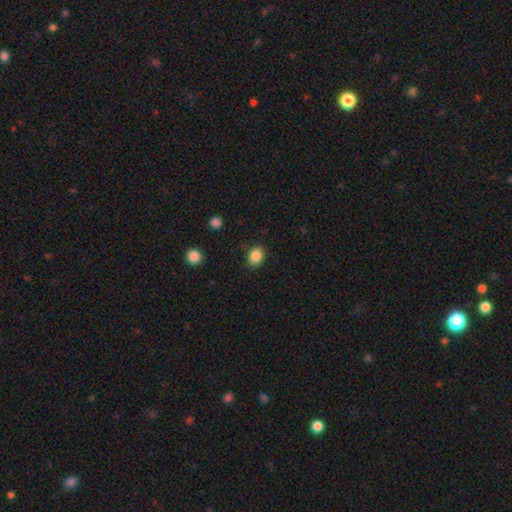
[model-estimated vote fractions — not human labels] Smooth or featured?
  - smooth: 86% *
  - star or artifact: 10%
  - featured or disk: 4%
How rounded?
  - round: 59% *
  - in between: 41%
  - cigar-shaped: 1%
Merging?
  - none: 88% *
  - minor disturbance: 9%
  - major disturbance: 2%
  - merger: 1%